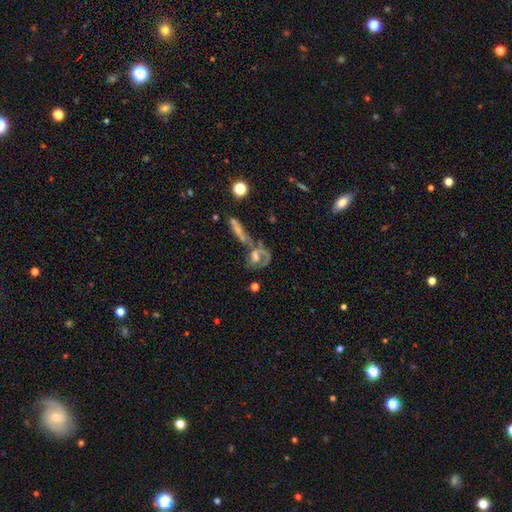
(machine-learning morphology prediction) smooth-or-featured: featured or disk: 59% | smooth: 28% | star or artifact: 13%
  disk-edge-on: no: 88% | yes: 12%
    bar: no: 73% | weak: 19% | strong: 8%
    has-spiral-arms: yes: 56% | no: 44%
    bulge-size: moderate: 43% | large: 20% | small: 17% | none: 16% | dominant: 4%
  merging: merger: 44% | none: 26% | major disturbance: 19% | minor disturbance: 11%